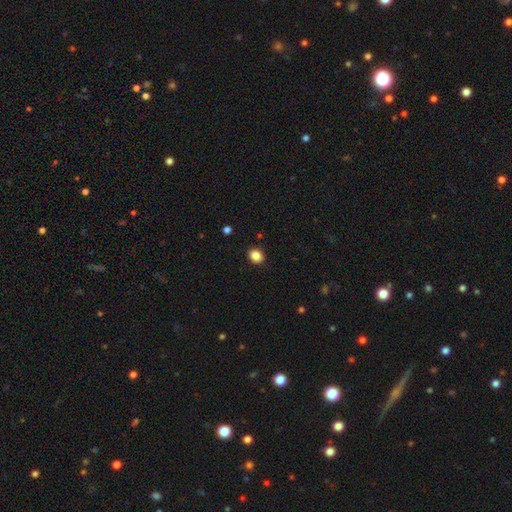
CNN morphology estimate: Smooth or featured: smooth — 87% (star or artifact — 10%)
How rounded: round — 50% (in between — 49%)
Merging: none — 89% (minor disturbance — 7%)